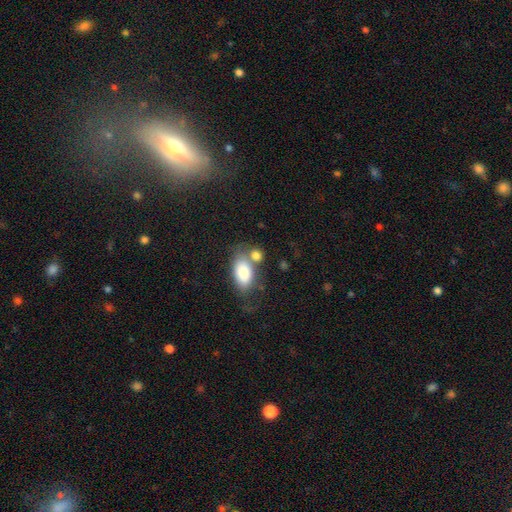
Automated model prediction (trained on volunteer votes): A smooth galaxy with no disk features (81%) that is in between round and cigar-shaped (78%). Merging: none (45%).